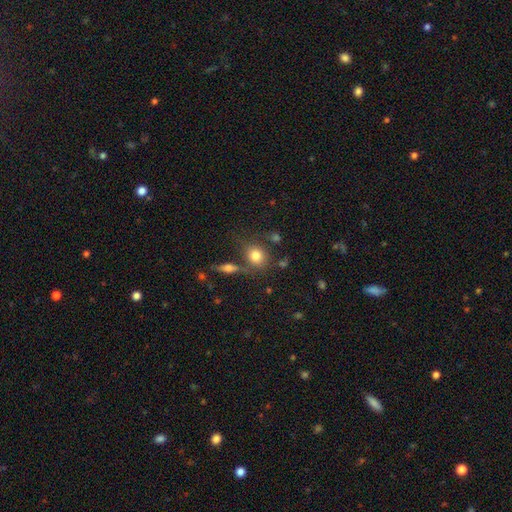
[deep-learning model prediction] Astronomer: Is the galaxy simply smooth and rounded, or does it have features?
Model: smooth — 80%.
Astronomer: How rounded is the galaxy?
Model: round — 67%.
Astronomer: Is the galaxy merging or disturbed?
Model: none — 67%.